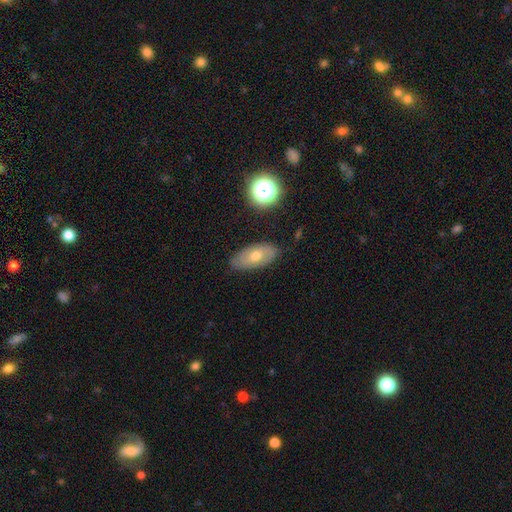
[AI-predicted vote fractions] Morphology: type=smooth (53%); roundness=in between (87%); merging=none (81%).